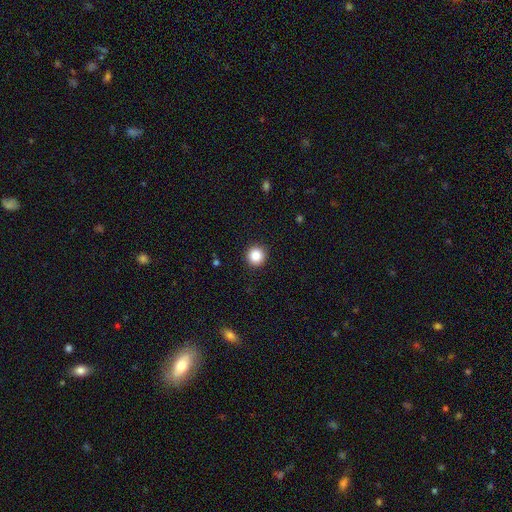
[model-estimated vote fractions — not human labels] The model was most divided on "smooth or featured": smooth: 86%, star or artifact: 10%, featured or disk: 4%. More confident: how rounded — round (95%); merging — none (92%).